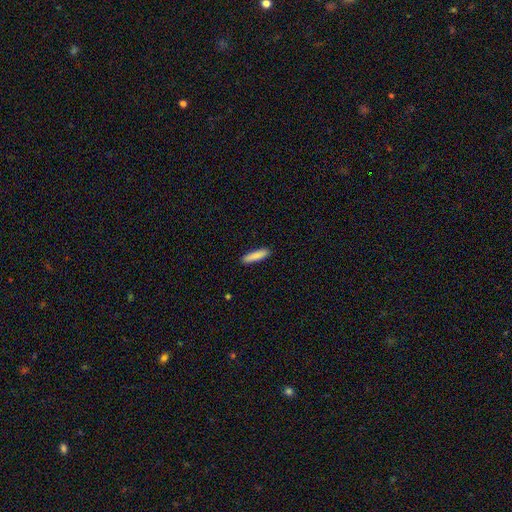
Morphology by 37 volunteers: smooth 92%, featured or disk 5%, star or artifact 3%. Down the decision tree: how rounded — cigar-shaped (79%); merging — none (100%).